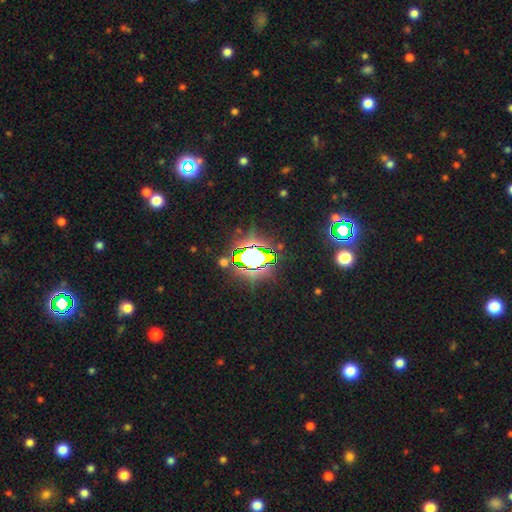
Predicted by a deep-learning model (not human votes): This is likely a star or artifact rather than a galaxy (72%).